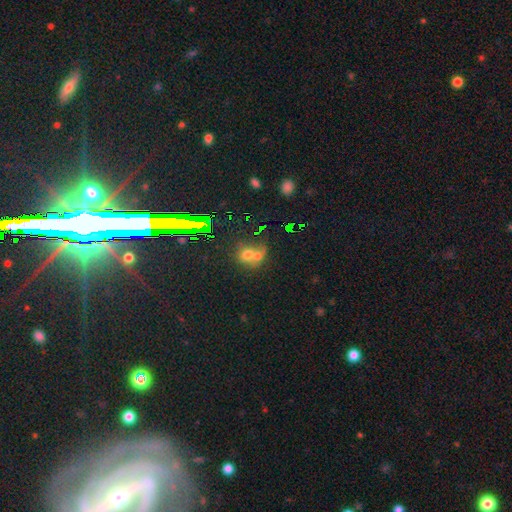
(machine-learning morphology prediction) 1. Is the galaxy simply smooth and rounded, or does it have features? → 51% smooth, 28% star or artifact, 21% featured or disk.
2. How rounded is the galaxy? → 68% round, 30% in between, 2% cigar-shaped.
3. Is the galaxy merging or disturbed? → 62% merger, 29% none, 6% minor disturbance, 4% major disturbance.